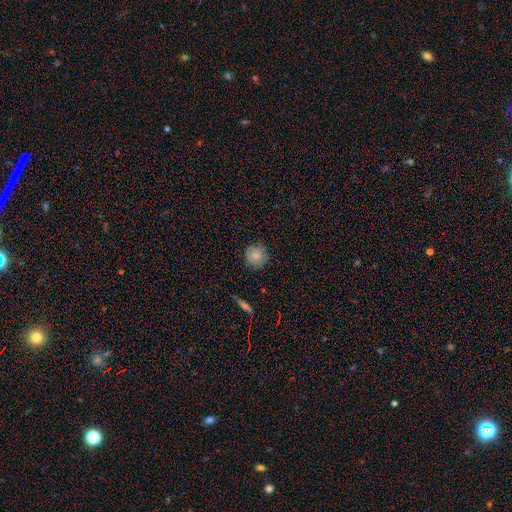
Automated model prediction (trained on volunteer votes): Morphology: type=smooth (83%); roundness=round (95%); merging=none (87%).